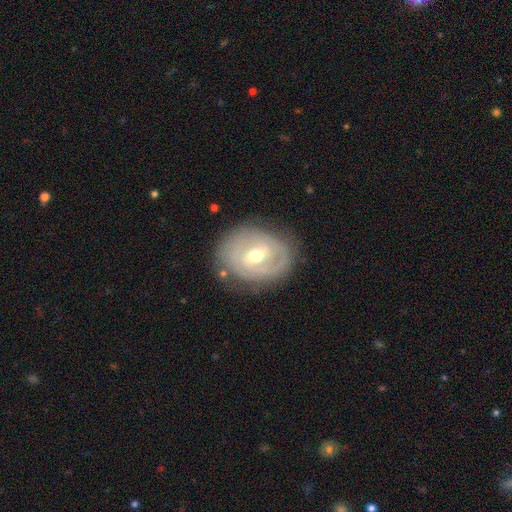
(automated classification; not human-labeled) The model was most divided on "spiral arm count": 2: 49%, can't tell: 31%, 1: 9%, 3: 7%, 4: 2%, more than 4: 2%. More confident: edge-on disk — no (96%); smooth or featured — featured or disk (76%); merging — none (74%); spiral arms — yes (73%); bulge size — moderate (71%); spiral winding — tight (63%); bar — weak (52%).